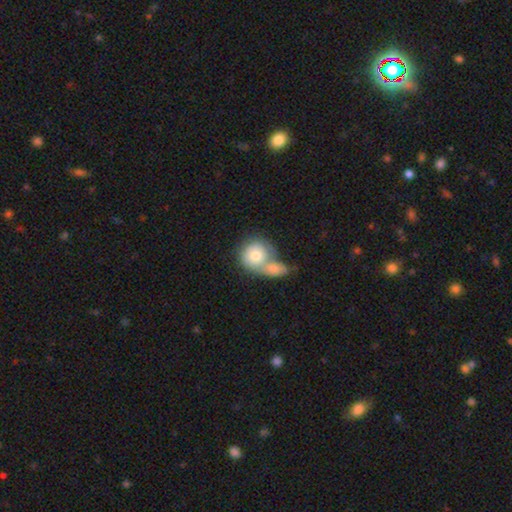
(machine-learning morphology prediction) A smooth galaxy with no disk features (69%) that is round (81%). Merging: merger (61%).